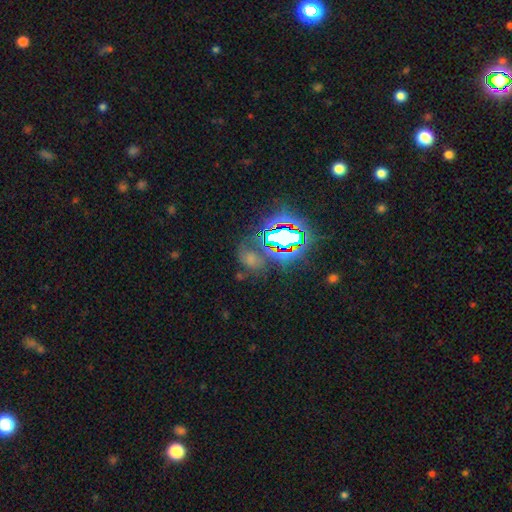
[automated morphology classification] star or artifact 74%, smooth 15%, featured or disk 11%.